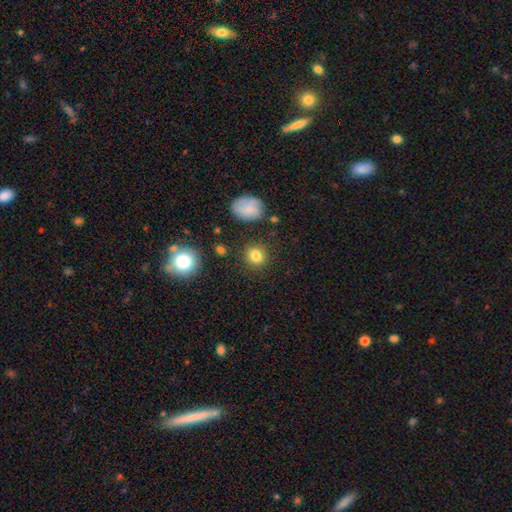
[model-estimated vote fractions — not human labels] Smooth or featured?
  - smooth: 83% *
  - star or artifact: 11%
  - featured or disk: 6%
How rounded?
  - round: 81% *
  - in between: 18%
  - cigar-shaped: 1%
Merging?
  - none: 86% *
  - minor disturbance: 9%
  - major disturbance: 3%
  - merger: 3%